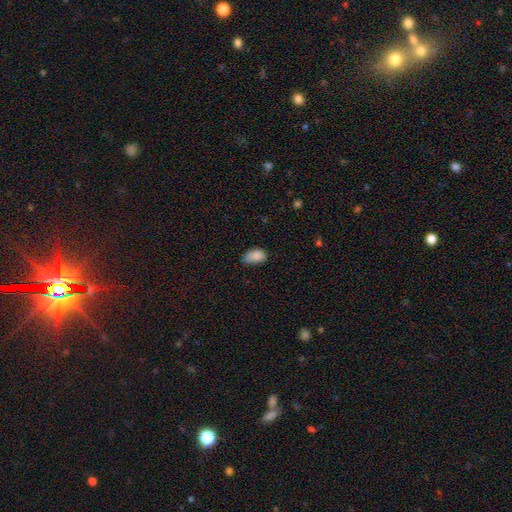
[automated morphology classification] Smooth or featured?
  - smooth: 86% *
  - star or artifact: 8%
  - featured or disk: 5%
How rounded?
  - in between: 92% *
  - round: 7%
  - cigar-shaped: 2%
Merging?
  - none: 54% *
  - minor disturbance: 36%
  - major disturbance: 7%
  - merger: 2%